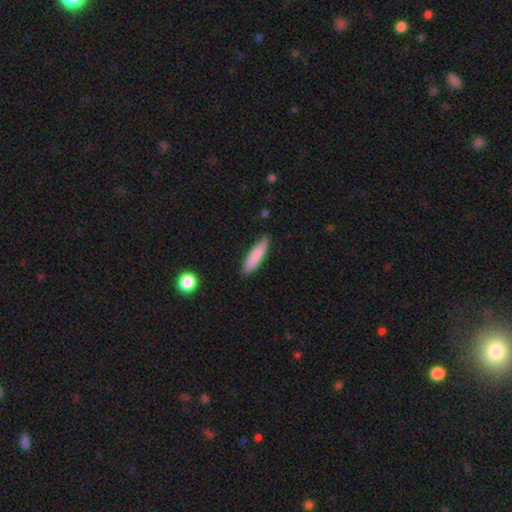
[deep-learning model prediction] Smooth or featured? Predicted: smooth (p=0.82). How rounded? Predicted: cigar-shaped (p=0.74). Merging? Predicted: none (p=0.83).